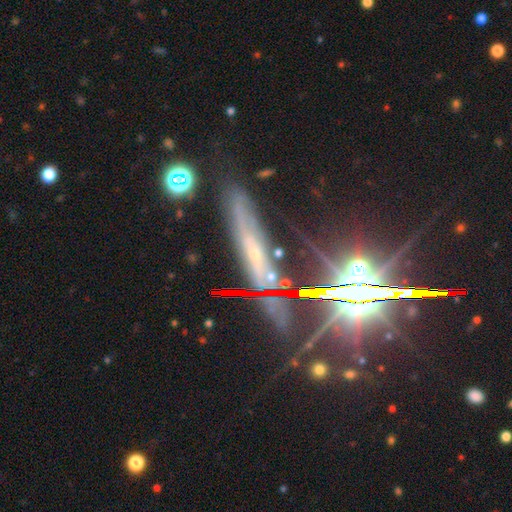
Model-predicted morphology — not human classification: Overall: featured or disk (53%; star or artifact 30%). Edge-on disk: yes (70%). Merging: none (73%).